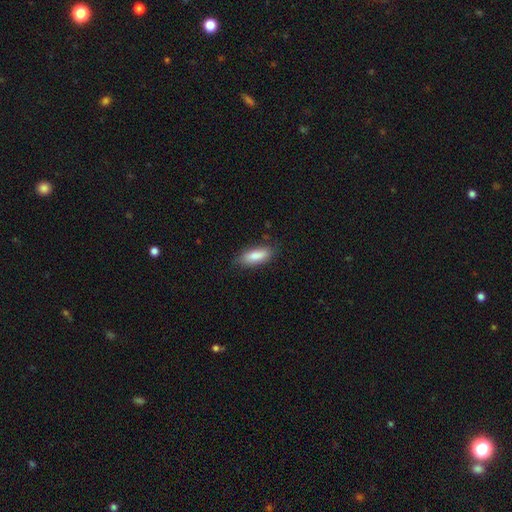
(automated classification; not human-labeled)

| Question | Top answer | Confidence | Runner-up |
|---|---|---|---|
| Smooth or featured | smooth | 83% | featured or disk (10%) |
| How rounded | in between | 69% | cigar-shaped (29%) |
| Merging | none | 78% | minor disturbance (17%) |